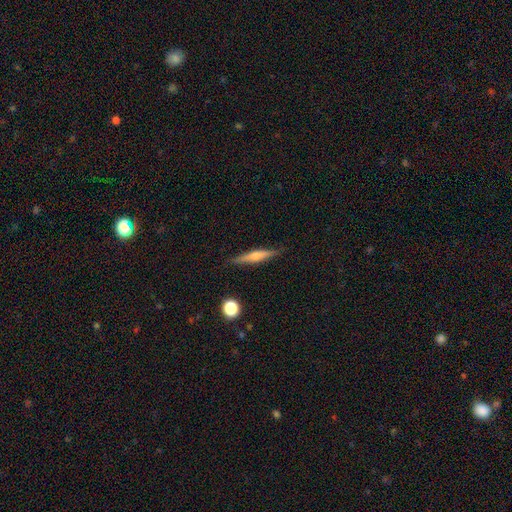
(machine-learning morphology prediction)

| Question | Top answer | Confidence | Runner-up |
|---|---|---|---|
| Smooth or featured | featured or disk | 63% | smooth (30%) |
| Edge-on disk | yes | 97% | no (3%) |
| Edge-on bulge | rounded | 81% | none (10%) |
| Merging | none | 89% | minor disturbance (8%) |